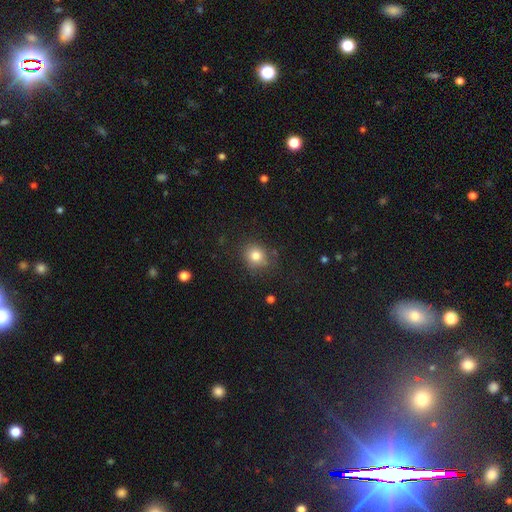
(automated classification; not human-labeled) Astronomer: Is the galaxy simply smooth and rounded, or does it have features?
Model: smooth — 80%.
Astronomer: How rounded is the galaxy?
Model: round — 73%.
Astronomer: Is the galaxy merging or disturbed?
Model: none — 79%.